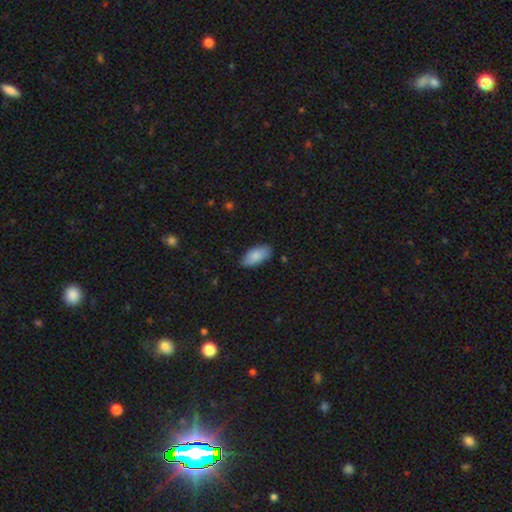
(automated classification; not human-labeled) smooth 86%, featured or disk 8%, star or artifact 6%. Down the decision tree: how rounded — in between (92%); merging — none (81%).